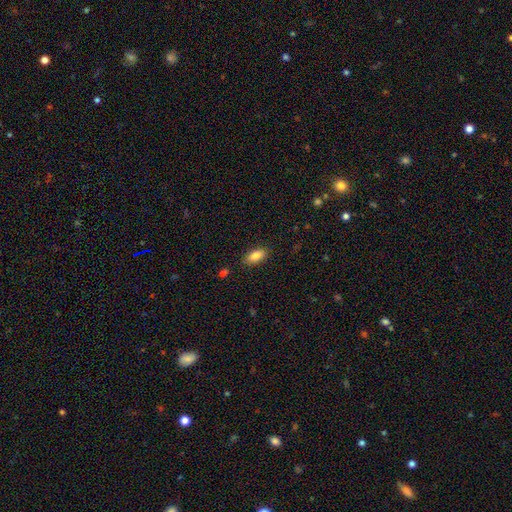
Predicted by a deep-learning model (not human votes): A smooth galaxy with no disk features (85%) that is in between round and cigar-shaped (87%). Merging: none (86%).